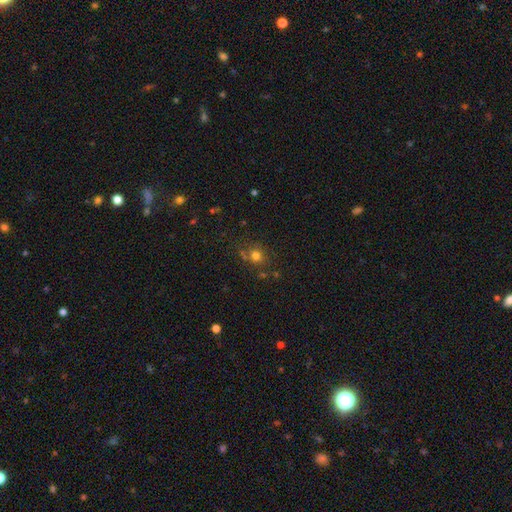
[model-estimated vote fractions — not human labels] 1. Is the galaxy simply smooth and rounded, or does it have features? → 72% smooth, 19% star or artifact, 9% featured or disk.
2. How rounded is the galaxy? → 79% round, 20% in between, 1% cigar-shaped.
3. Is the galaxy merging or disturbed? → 70% none, 13% minor disturbance, 12% merger, 5% major disturbance.